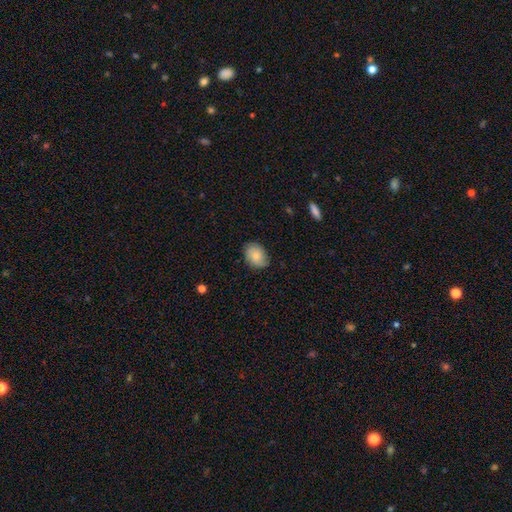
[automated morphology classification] Q: Smooth or featured?
A: smooth (80%); runner-up: featured or disk (13%)
Q: How rounded?
A: in between (70%); runner-up: round (29%)
Q: Merging?
A: none (78%); runner-up: minor disturbance (18%)